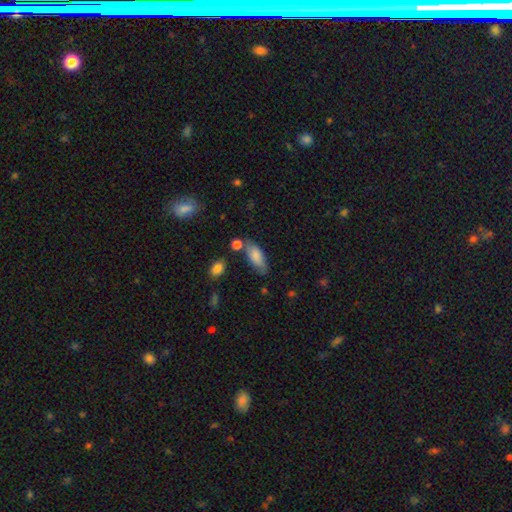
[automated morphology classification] smooth 81%, featured or disk 12%, star or artifact 7%. Down the decision tree: how rounded — in between (83%); merging — none (59%).